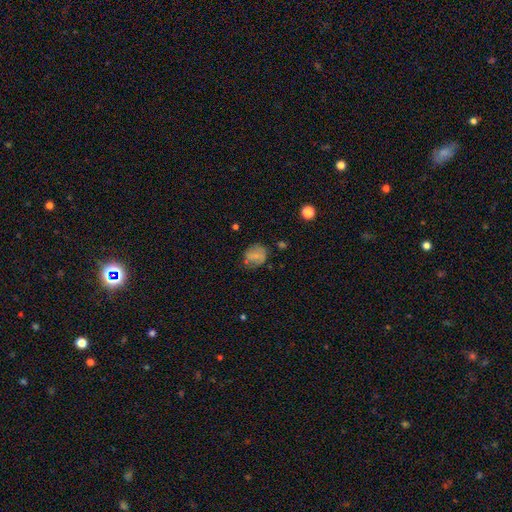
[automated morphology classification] Smooth or featured? Predicted: smooth (p=0.58). How rounded? Predicted: round (p=0.61). Merging? Predicted: none (p=0.56).